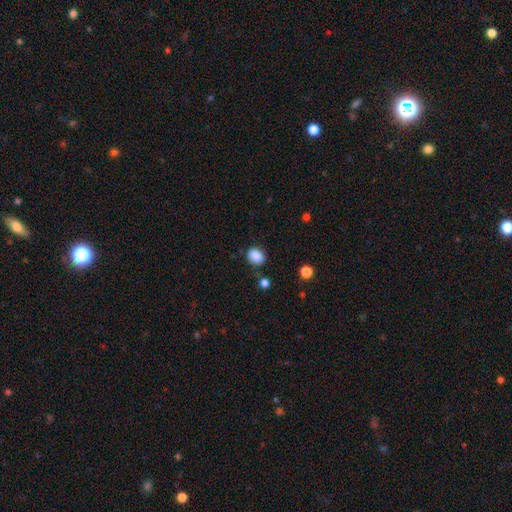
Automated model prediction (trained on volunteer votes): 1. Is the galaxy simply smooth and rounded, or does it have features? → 86% smooth, 9% star or artifact, 5% featured or disk.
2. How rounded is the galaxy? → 54% in between, 45% round, 1% cigar-shaped.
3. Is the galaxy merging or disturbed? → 76% none, 16% minor disturbance, 4% major disturbance, 4% merger.